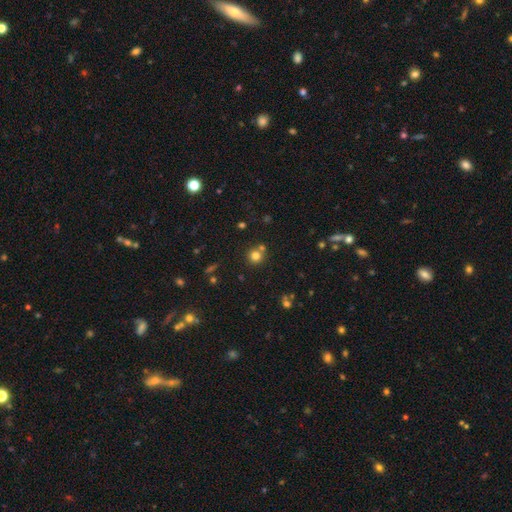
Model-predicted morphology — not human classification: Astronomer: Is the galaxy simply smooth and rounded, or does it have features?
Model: smooth — 75%.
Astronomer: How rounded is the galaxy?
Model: round — 92%.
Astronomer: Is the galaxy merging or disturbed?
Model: none — 70%.